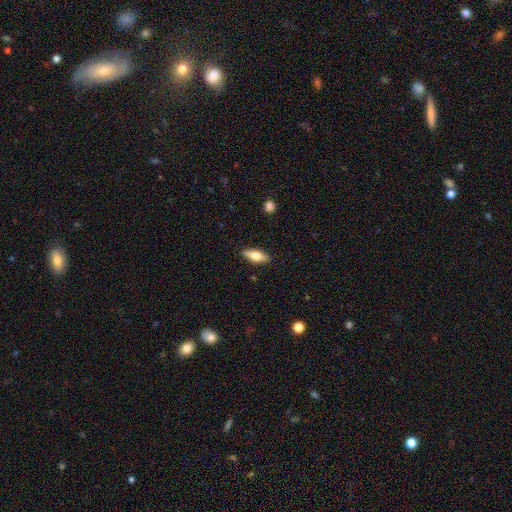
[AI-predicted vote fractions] Smooth or featured? smooth (63%)
How rounded? in between (65%)
Merging? none (89%)